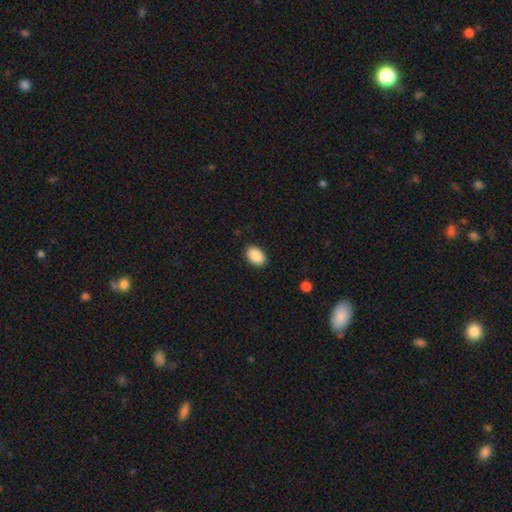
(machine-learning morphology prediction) Smooth or featured? smooth (90%)
How rounded? in between (89%)
Merging? none (89%)